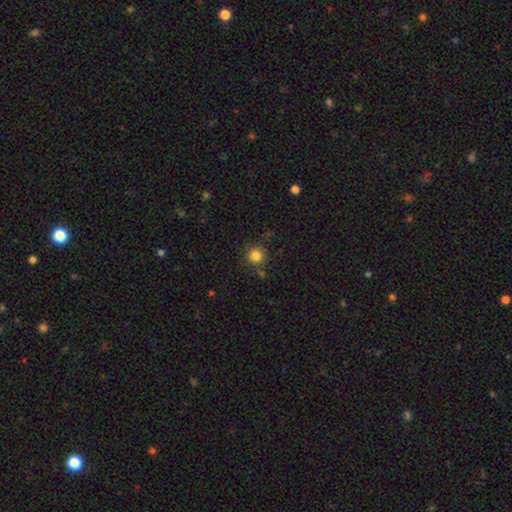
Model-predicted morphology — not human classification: smooth 83%, star or artifact 12%, featured or disk 5%. Down the decision tree: how rounded — round (93%); merging — none (79%).